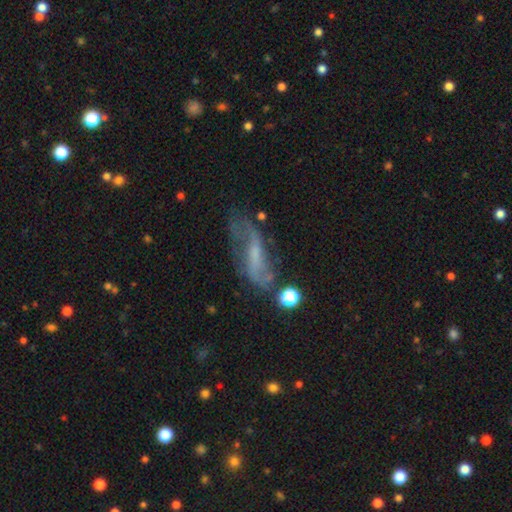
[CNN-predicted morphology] Smooth or featured?
  - featured or disk: 65% *
  - smooth: 23%
  - star or artifact: 12%
Edge-on disk?
  - no: 81% *
  - yes: 19%
Bar?
  - weak: 42% *
  - no: 32%
  - strong: 26%
Spiral arms?
  - yes: 80% *
  - no: 20%
Bulge size?
  - small: 50% *
  - none: 24%
  - moderate: 22%
  - large: 3%
  - dominant: 1%
Merging?
  - none: 55% *
  - minor disturbance: 22%
  - major disturbance: 16%
  - merger: 6%